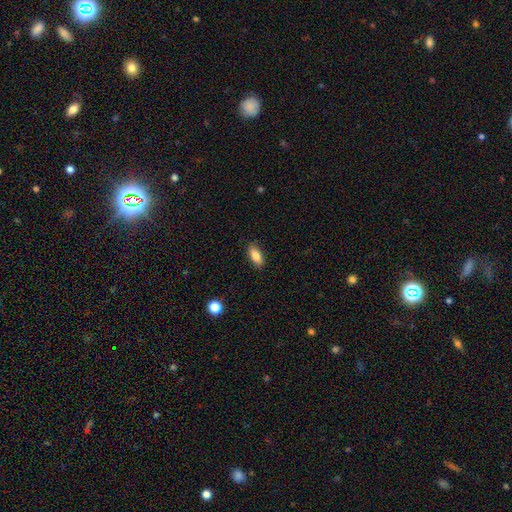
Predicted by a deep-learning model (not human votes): A smooth galaxy with no disk features (85%) that is in between round and cigar-shaped (85%).

Vote fractions:
- Smooth or featured? smooth: 85% / featured or disk: 8% / star or artifact: 7%
- How rounded? in between: 85% / cigar-shaped: 12% / round: 3%
- Merging? none: 86% / minor disturbance: 11% / major disturbance: 2% / merger: 1%